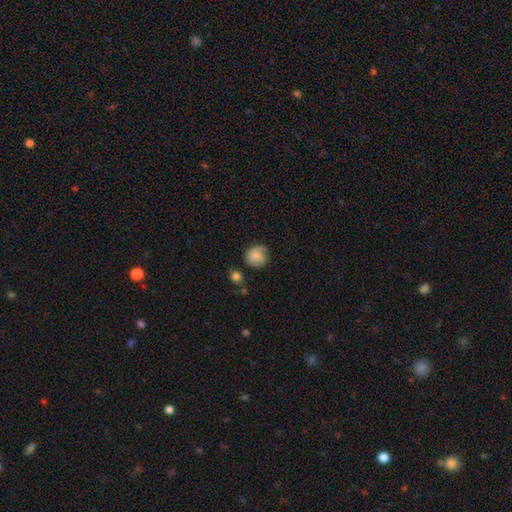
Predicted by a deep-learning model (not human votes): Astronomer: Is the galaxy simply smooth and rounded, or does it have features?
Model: smooth — 71%.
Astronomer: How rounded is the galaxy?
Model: round — 82%.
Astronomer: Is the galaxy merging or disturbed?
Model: none — 65%.